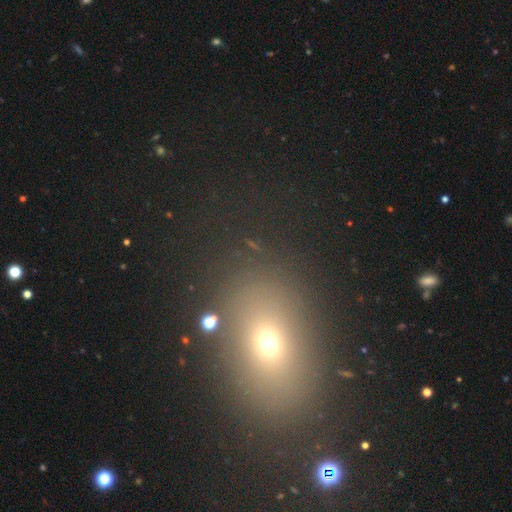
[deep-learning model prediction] smooth-or-featured: smooth: 59% | star or artifact: 28% | featured or disk: 13%
  how-rounded: in between: 64% | round: 33% | cigar-shaped: 3%
  merging: none: 82% | minor disturbance: 9% | major disturbance: 5% | merger: 3%